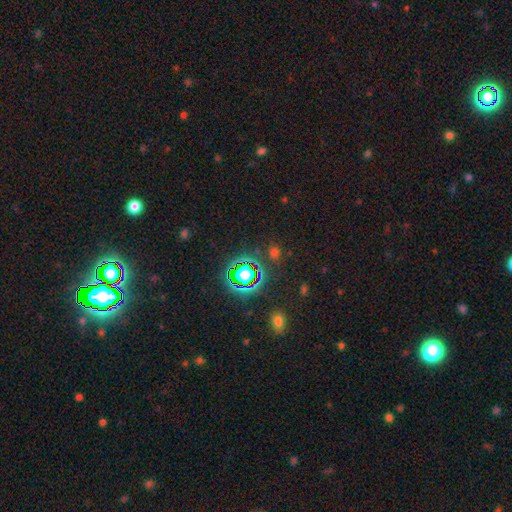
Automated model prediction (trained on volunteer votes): A star or artifact, not a galaxy (79%).

Vote fractions:
- Smooth or featured? star or artifact: 79% / smooth: 13% / featured or disk: 7%